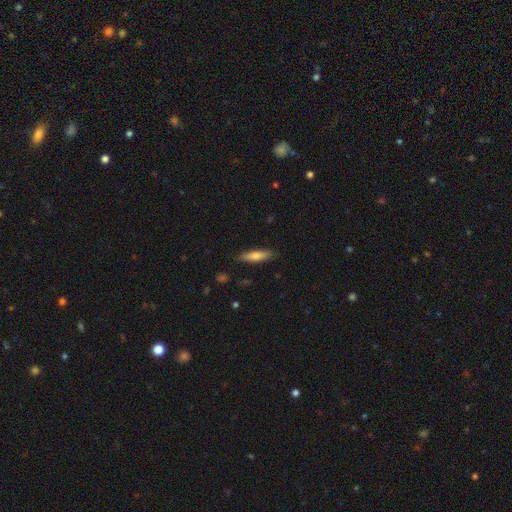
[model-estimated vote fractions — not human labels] smooth_or_featured: smooth (p=0.67) [alt: featured or disk p=0.27]
how_rounded: cigar-shaped (p=0.74) [alt: in between p=0.25]
merging: none (p=0.87) [alt: minor disturbance p=0.10]